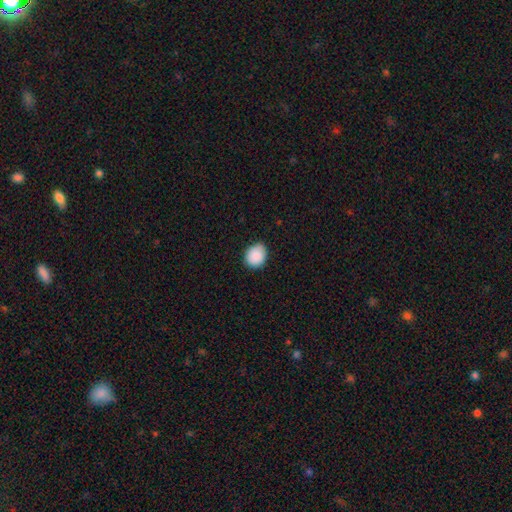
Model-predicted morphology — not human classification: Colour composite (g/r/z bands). It shows a smooth galaxy with no disk features (89%) that is round (64%). Merging: none (82%).